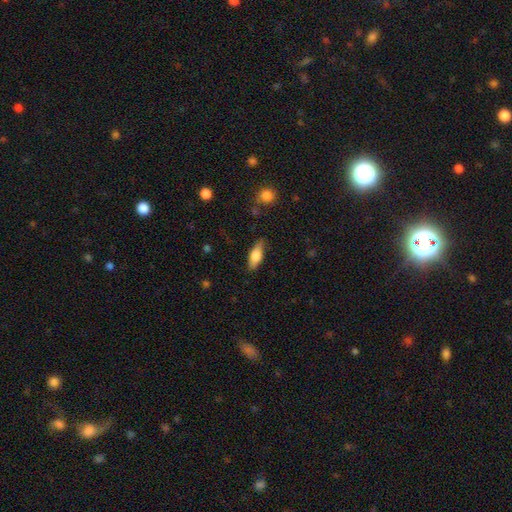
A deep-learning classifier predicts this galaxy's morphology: Smooth or featured? Predicted: smooth (p=0.67). How rounded? Predicted: in between (p=0.67). Merging? Predicted: none (p=0.82).